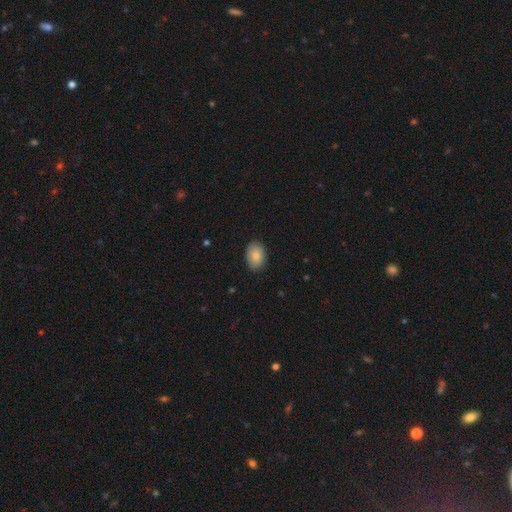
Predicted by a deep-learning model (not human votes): A smooth galaxy with no disk features (86%) that is in between round and cigar-shaped (85%). Merging: none (87%).